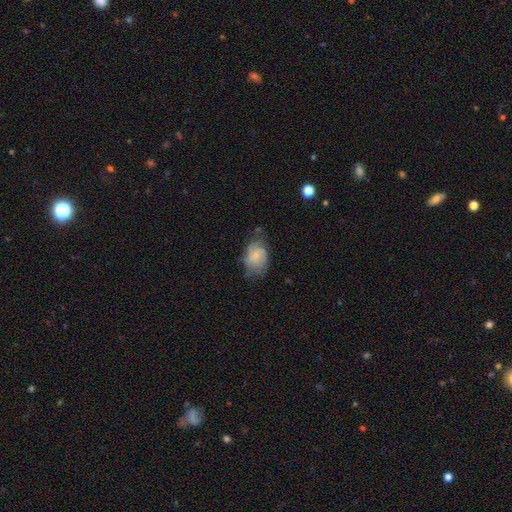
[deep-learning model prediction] A featured or disk galaxy (52%) with no bar (66%), spiral arms (83%) and a small central bulge (64%).

Vote fractions:
- Smooth or featured? featured or disk: 52% / smooth: 40% / star or artifact: 8%
- Edge-on disk? no: 97% / yes: 3%
- Bar? no: 66% / weak: 30% / strong: 4%
- Spiral arms? yes: 83% / no: 17%
- Bulge size? small: 64% / moderate: 22% / none: 12% / large: 2% / dominant: 1%
- Merging? none: 52% / minor disturbance: 32% / major disturbance: 14% / merger: 2%